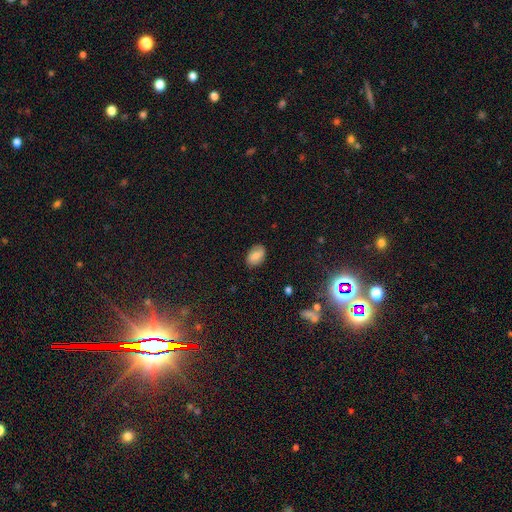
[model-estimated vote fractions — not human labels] smooth_or_featured: smooth (p=0.68) [alt: featured or disk p=0.23]
how_rounded: in between (p=0.87) [alt: round p=0.12]
merging: none (p=0.82) [alt: minor disturbance p=0.14]